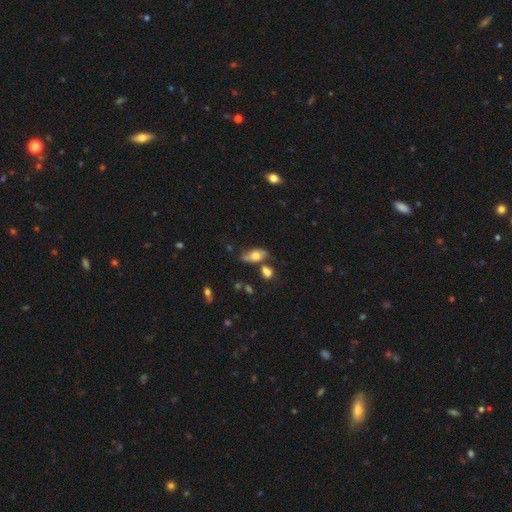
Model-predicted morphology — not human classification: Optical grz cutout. It shows a smooth galaxy with no disk features (61%) that is in between round and cigar-shaped (85%). Merging: none (60%).